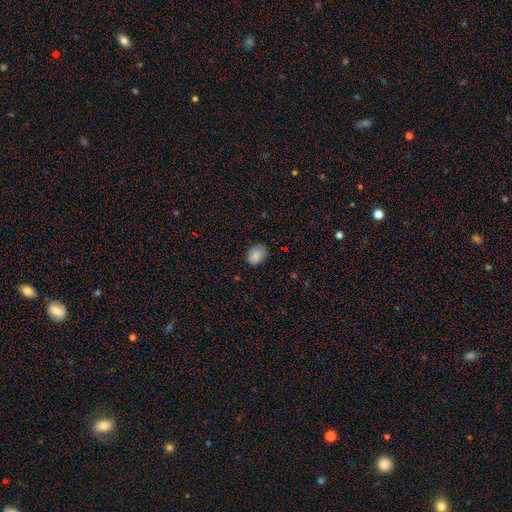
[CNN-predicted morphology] smooth 85%, star or artifact 8%, featured or disk 7%. Down the decision tree: how rounded — in between (73%); merging — none (75%).